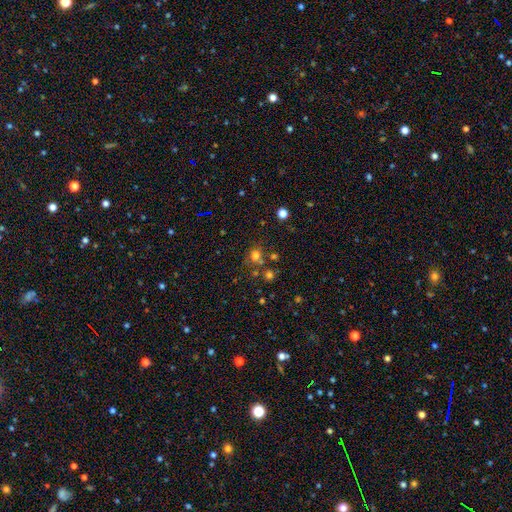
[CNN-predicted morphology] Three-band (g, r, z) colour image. It shows a smooth galaxy with no disk features (70%) that is round (81%). Merging: none (67%).